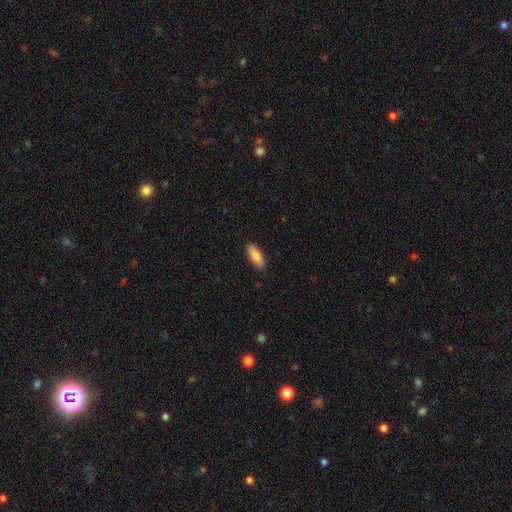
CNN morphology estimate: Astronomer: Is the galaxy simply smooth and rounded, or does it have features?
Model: smooth — 86%.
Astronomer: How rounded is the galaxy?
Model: in between — 71%.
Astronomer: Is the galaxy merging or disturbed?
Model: none — 88%.